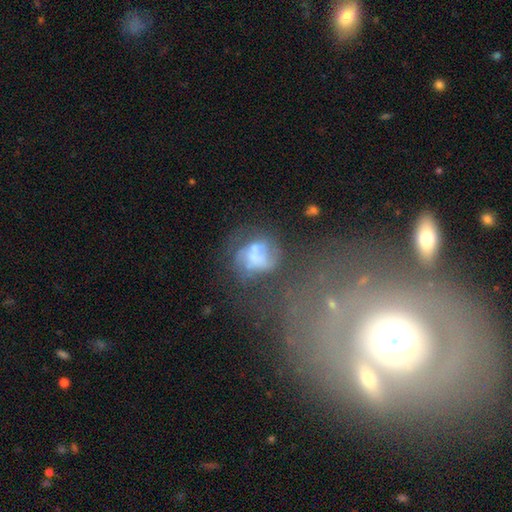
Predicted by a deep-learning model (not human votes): A featured or disk galaxy (53%) with no bar (78%), no spiral arms (67%) and no central bulge (45%).

Vote fractions:
- Smooth or featured? featured or disk: 53% / smooth: 32% / star or artifact: 15%
- Edge-on disk? no: 98% / yes: 2%
- Bar? no: 78% / weak: 15% / strong: 6%
- Spiral arms? no: 67% / yes: 33%
- Bulge size? none: 45% / moderate: 22% / small: 18% / large: 11% / dominant: 4%
- Merging? major disturbance: 33% / none: 30% / merger: 20% / minor disturbance: 17%